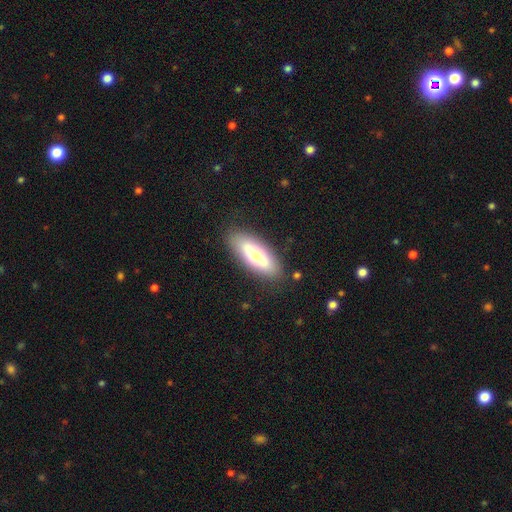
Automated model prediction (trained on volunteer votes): smooth_or_featured: smooth (p=0.65) [alt: featured or disk p=0.28]
how_rounded: in between (p=0.68) [alt: cigar-shaped p=0.30]
merging: none (p=0.85) [alt: minor disturbance p=0.10]